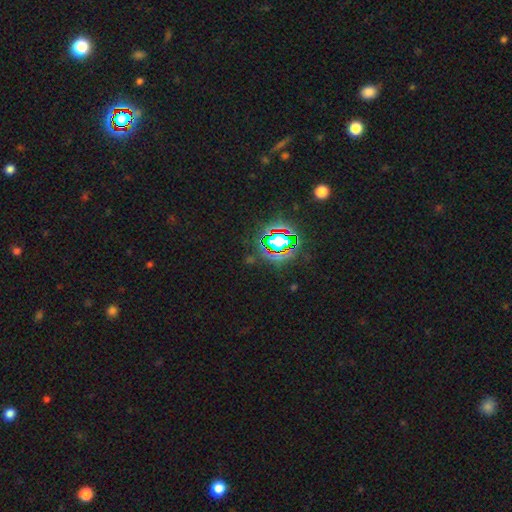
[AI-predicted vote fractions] This is likely a star or artifact rather than a galaxy (80%).